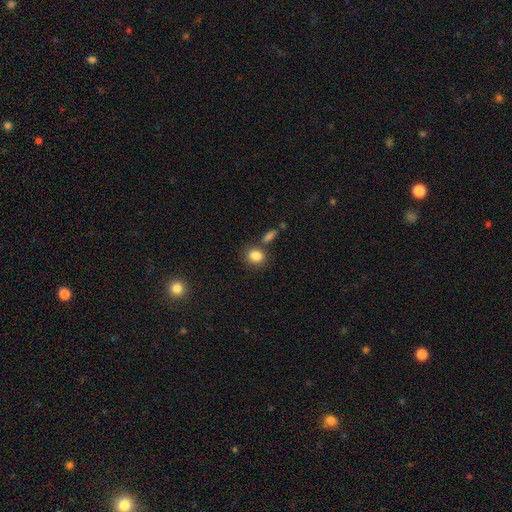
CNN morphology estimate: The model was most divided on "how rounded": round: 53%, in between: 45%, cigar-shaped: 1%. More confident: smooth or featured — smooth (85%); merging — none (69%).